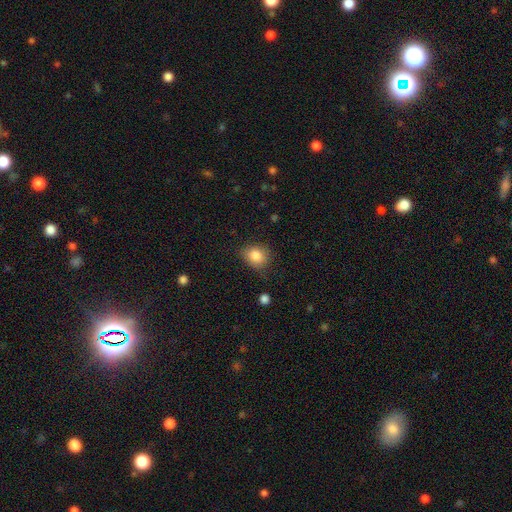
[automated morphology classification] A smooth galaxy with no disk features (84%) that is round (64%). Merging: none (71%).